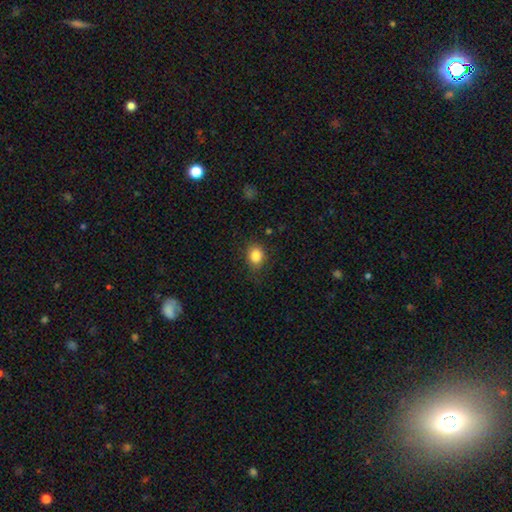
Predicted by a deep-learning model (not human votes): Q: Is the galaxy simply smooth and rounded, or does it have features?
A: smooth — 85%.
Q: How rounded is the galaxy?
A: round — 54%.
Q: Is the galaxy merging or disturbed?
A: none — 81%.